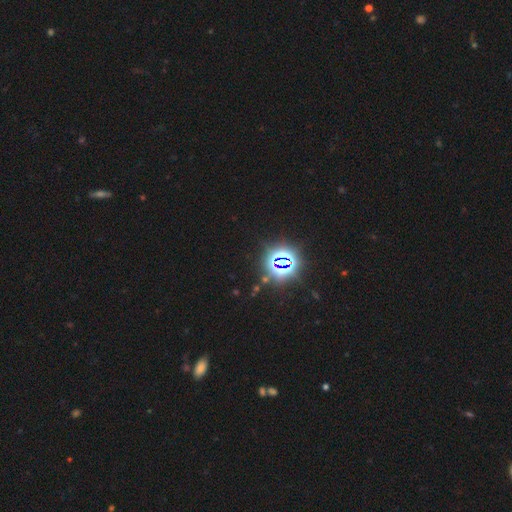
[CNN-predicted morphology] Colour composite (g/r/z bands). It shows a star or artifact, not a galaxy (81%).